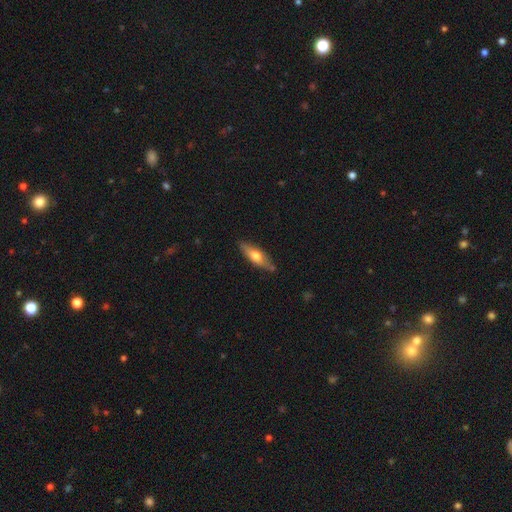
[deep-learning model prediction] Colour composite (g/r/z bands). It shows a smooth galaxy with no disk features (49%). Merging: none (80%).